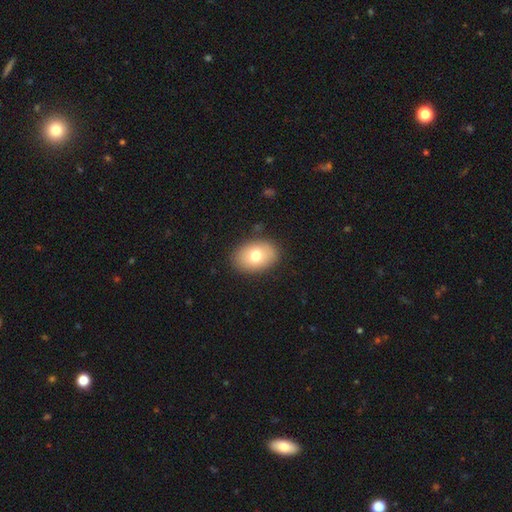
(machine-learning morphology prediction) Q: Smooth or featured?
A: smooth (74%); runner-up: featured or disk (17%)
Q: How rounded?
A: in between (78%); runner-up: round (21%)
Q: Merging?
A: none (87%); runner-up: minor disturbance (9%)